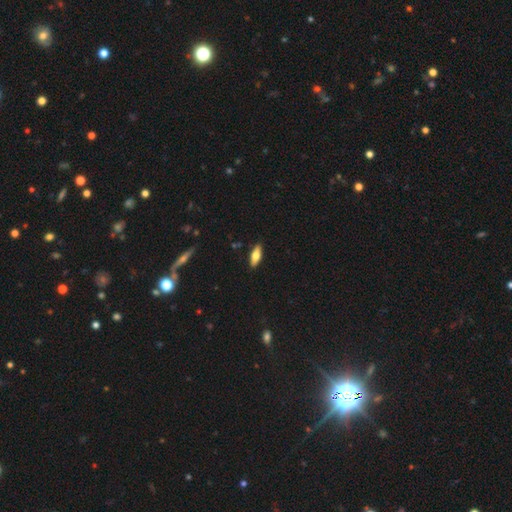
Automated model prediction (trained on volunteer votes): Overall: smooth (66%; featured or disk 28%). How rounded: in between (70%). Merging: none (89%).